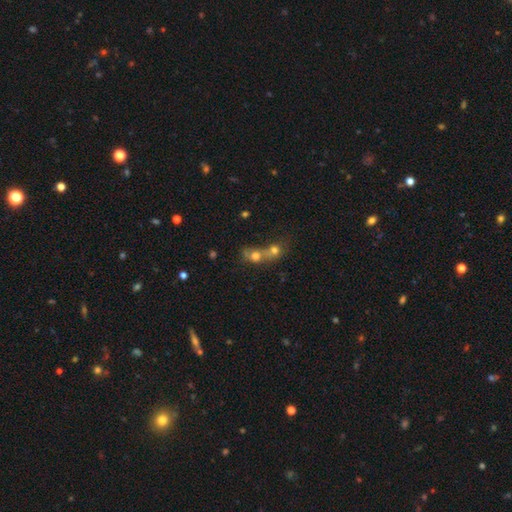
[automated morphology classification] This appears to be a smooth galaxy with no disk features (58%) that is round (61%). Merging: merger (64%).